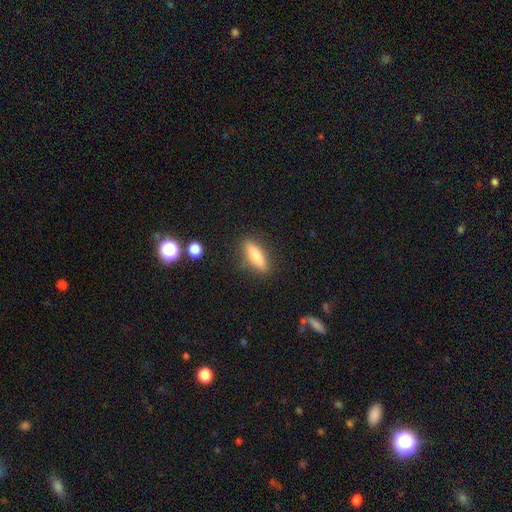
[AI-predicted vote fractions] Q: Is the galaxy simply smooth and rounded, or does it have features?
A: smooth — 64%.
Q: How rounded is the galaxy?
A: cigar-shaped — 66%.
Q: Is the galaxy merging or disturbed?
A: none — 87%.